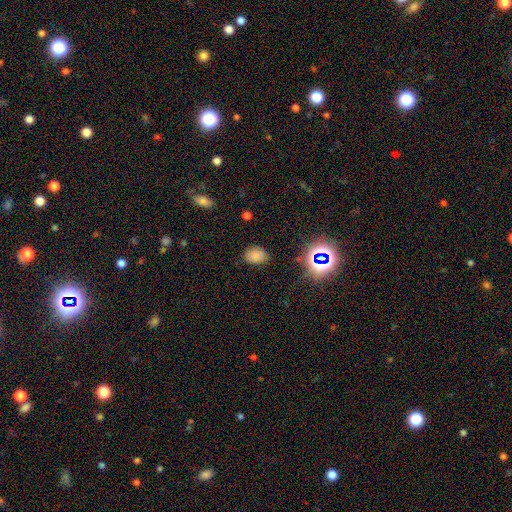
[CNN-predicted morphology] Smooth or featured: smooth — 74% (star or artifact — 19%)
How rounded: in between — 72% (round — 27%)
Merging: none — 79% (minor disturbance — 15%)